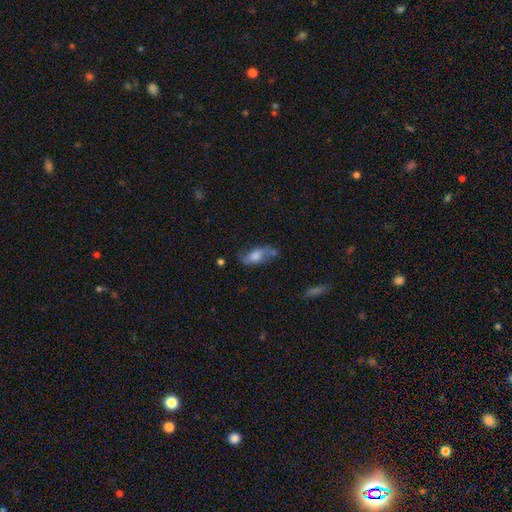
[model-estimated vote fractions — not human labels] Overall: featured or disk (49%; smooth 42%). Merging: none (57%; minor disturbance 25%).